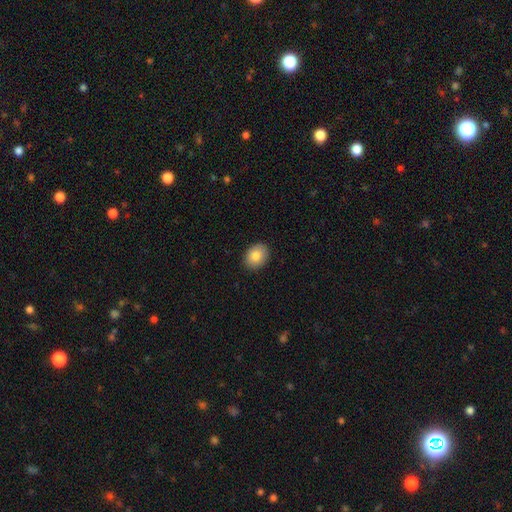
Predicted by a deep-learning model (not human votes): Morphology: type=smooth (84%); roundness=in between (58%); merging=none (89%).